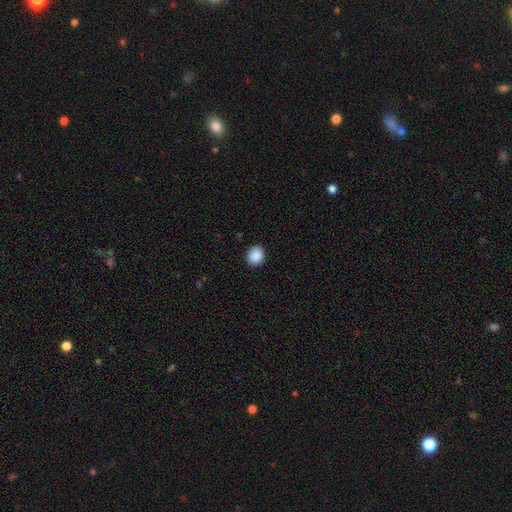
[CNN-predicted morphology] type=smooth (90%); roundness=round (63%); merging=none (90%).